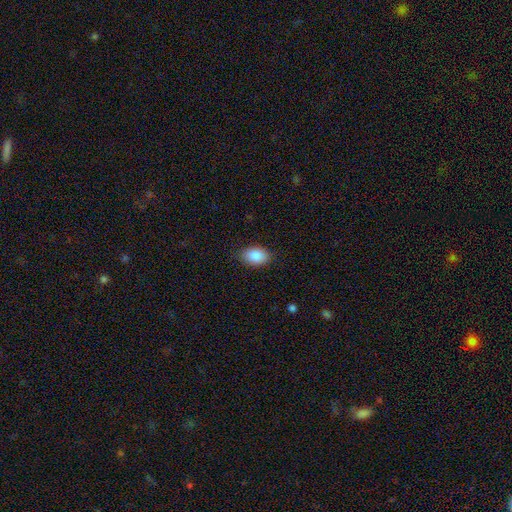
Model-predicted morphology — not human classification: Smooth or featured? Predicted: smooth (p=0.88). How rounded? Predicted: in between (p=0.86). Merging? Predicted: none (p=0.85).